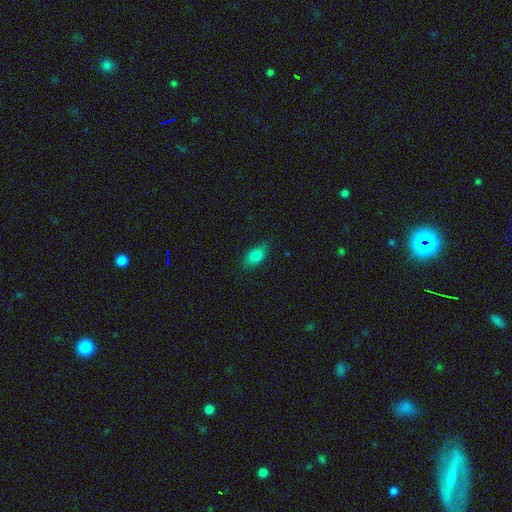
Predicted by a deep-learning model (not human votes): Morphology: type=smooth (74%); roundness=in between (82%); merging=none (77%).